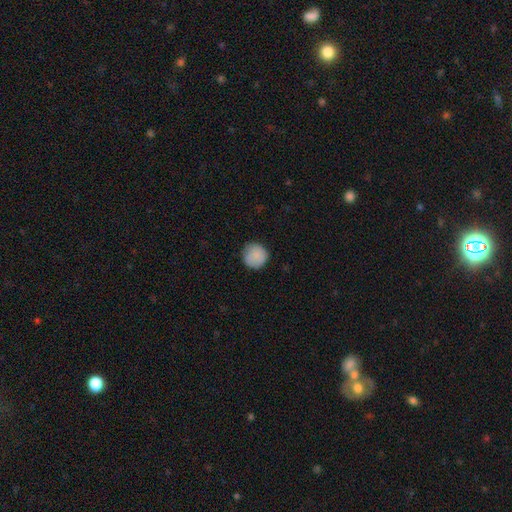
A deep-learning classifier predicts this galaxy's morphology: Smooth or featured?
  - smooth: 88% *
  - star or artifact: 8%
  - featured or disk: 5%
How rounded?
  - round: 94% *
  - in between: 5%
  - cigar-shaped: 1%
Merging?
  - none: 84% *
  - minor disturbance: 12%
  - major disturbance: 3%
  - merger: 1%